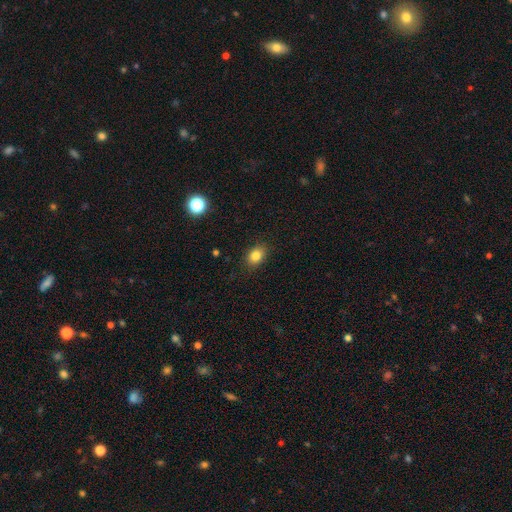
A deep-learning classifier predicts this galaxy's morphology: smooth 82%, star or artifact 11%, featured or disk 7%. Down the decision tree: how rounded — in between (68%); merging — none (87%).